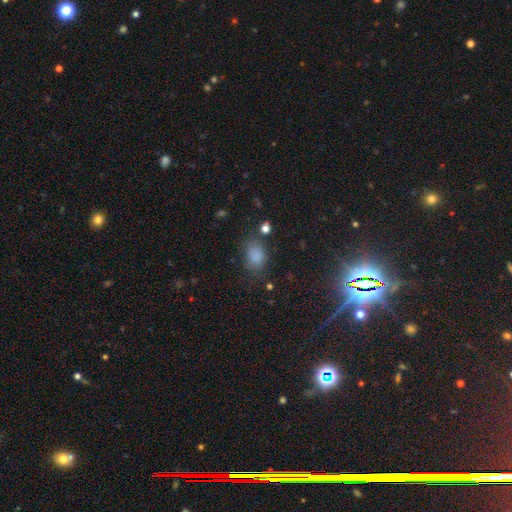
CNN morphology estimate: Smooth or featured: smooth — 81% (star or artifact — 13%)
How rounded: in between — 77% (round — 21%)
Merging: none — 66% (minor disturbance — 21%)